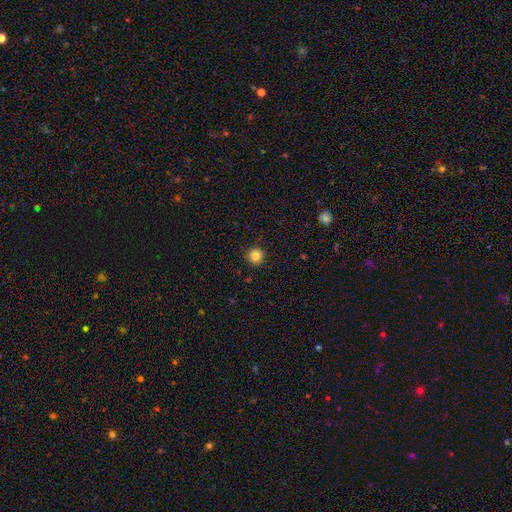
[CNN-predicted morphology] Smooth or featured? smooth (83%)
How rounded? round (95%)
Merging? none (91%)